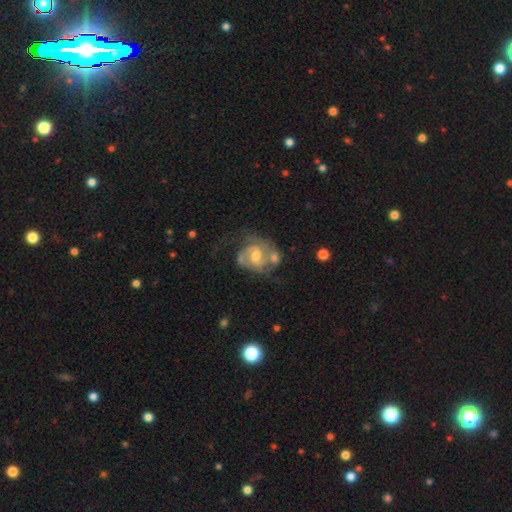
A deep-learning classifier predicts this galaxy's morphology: Smooth or featured? featured or disk (84%)
Edge-on disk? no (98%)
Bar? weak (48%)
Spiral arms? yes (94%)
Spiral winding? medium (45%)
Spiral arm count? 2 (73%)
Bulge size? moderate (63%)
Merging? none (43%)